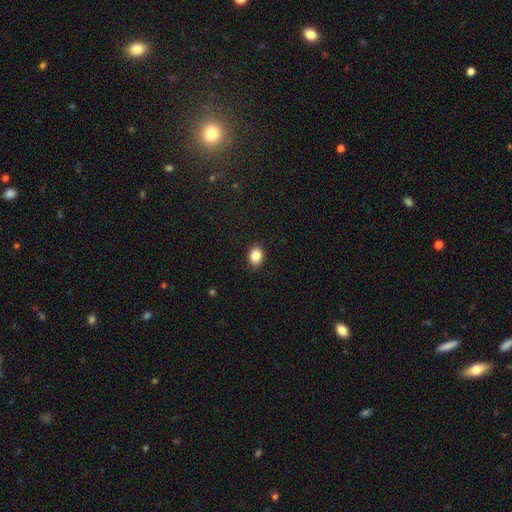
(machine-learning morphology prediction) Overall: smooth (86%). How rounded: in between (64%; round 35%). Merging: none (88%).